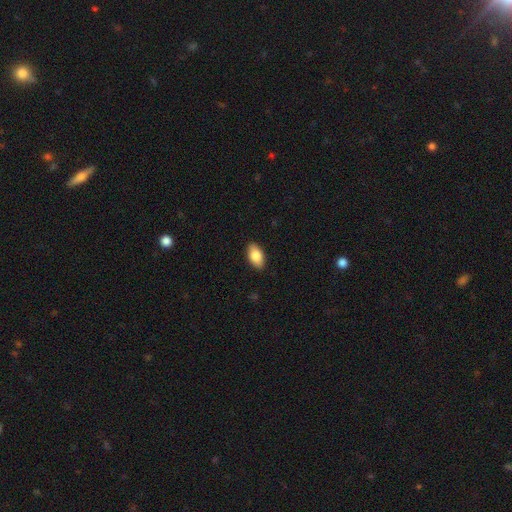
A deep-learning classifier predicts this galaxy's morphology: Smooth or featured: smooth — 85% (featured or disk — 9%)
How rounded: in between — 93% (round — 3%)
Merging: none — 89% (minor disturbance — 8%)